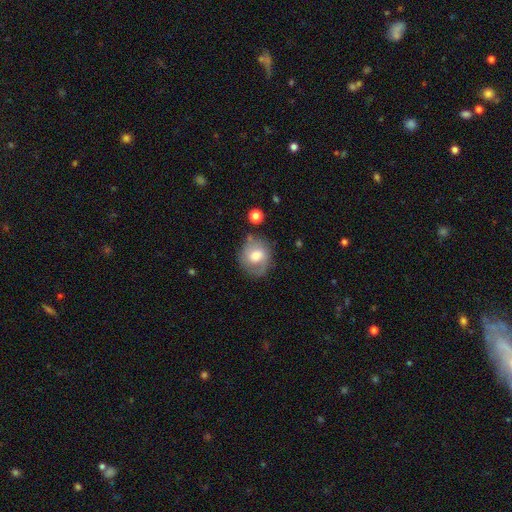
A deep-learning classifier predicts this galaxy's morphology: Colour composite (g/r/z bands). It shows a smooth galaxy with no disk features (59%) that is round (72%). Merging: none (67%).